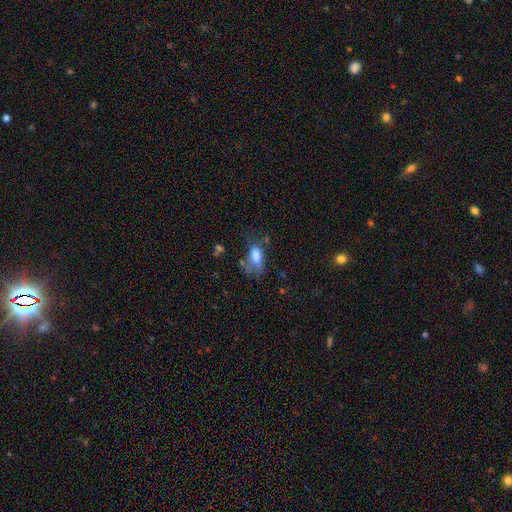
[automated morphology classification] smooth-or-featured: smooth: 73% | featured or disk: 16% | star or artifact: 11%
  how-rounded: in between: 87% | cigar-shaped: 7% | round: 6%
  merging: none: 36% | major disturbance: 29% | minor disturbance: 29% | merger: 7%